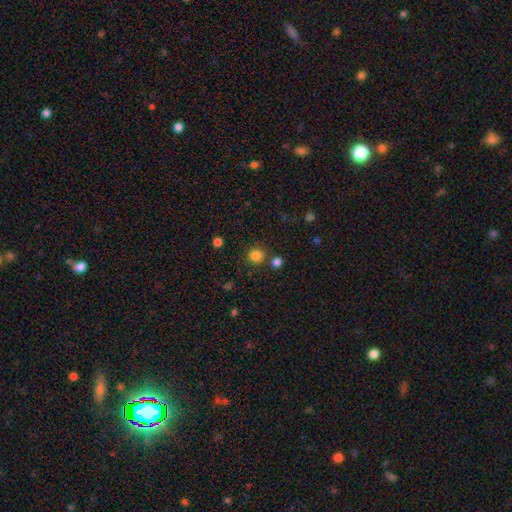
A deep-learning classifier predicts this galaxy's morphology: A smooth galaxy with no disk features (82%) that is round (91%).

Vote fractions:
- Smooth or featured? smooth: 82% / star or artifact: 14% / featured or disk: 4%
- How rounded? round: 91% / in between: 8% / cigar-shaped: 1%
- Merging? none: 79% / merger: 10% / minor disturbance: 8% / major disturbance: 3%